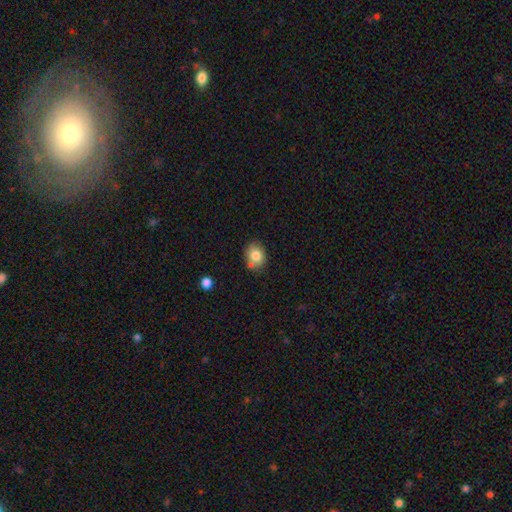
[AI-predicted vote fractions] This appears to be a smooth galaxy with no disk features (80%) that is round (51%). Merging: none (68%).